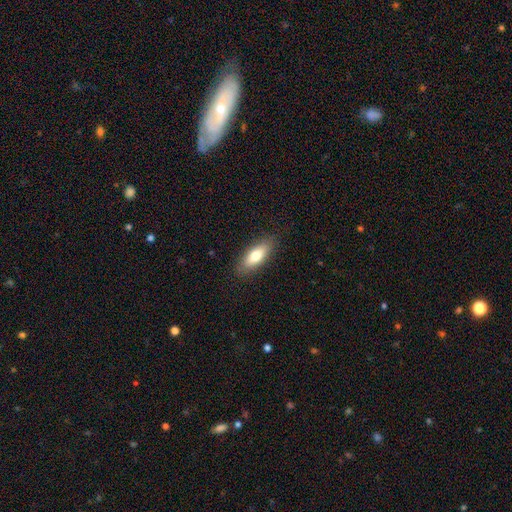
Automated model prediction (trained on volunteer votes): smooth_or_featured: smooth (p=0.73) [alt: featured or disk p=0.21]
how_rounded: in between (p=0.69) [alt: cigar-shaped p=0.28]
merging: none (p=0.86) [alt: minor disturbance p=0.10]